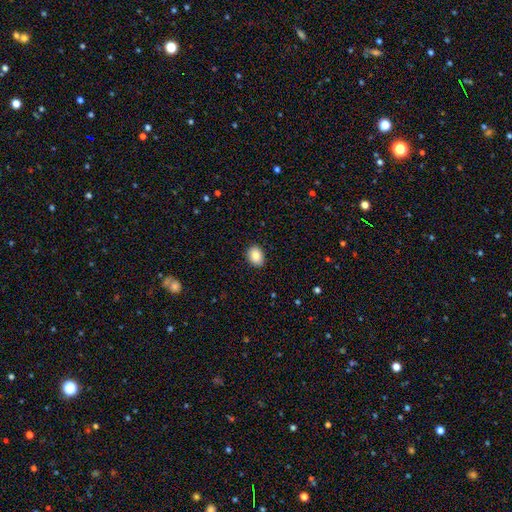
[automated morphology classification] The model was most divided on "how rounded": in between: 66%, round: 33%, cigar-shaped: 1%. More confident: merging — none (88%); smooth or featured — smooth (87%).